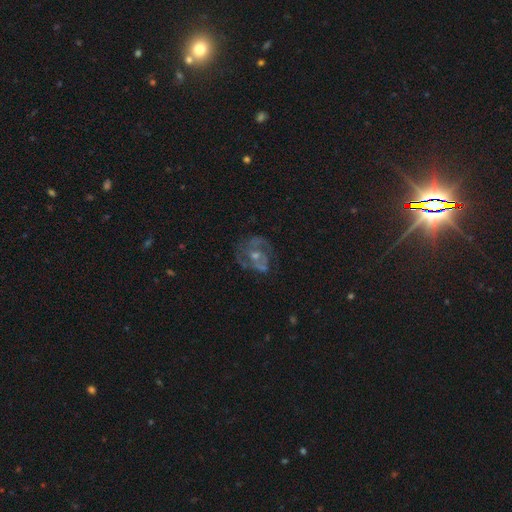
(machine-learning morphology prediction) The model was most divided on "bulge size": moderate: 47%, small: 44%, none: 4%, large: 3%, dominant: 1%. Remaining: edge-on disk — no (97%); spiral arms — yes (75%); smooth or featured — featured or disk (73%); bar — no (65%); merging — none (64%); spiral winding — medium (45%); spiral arm count — 2 (43%).